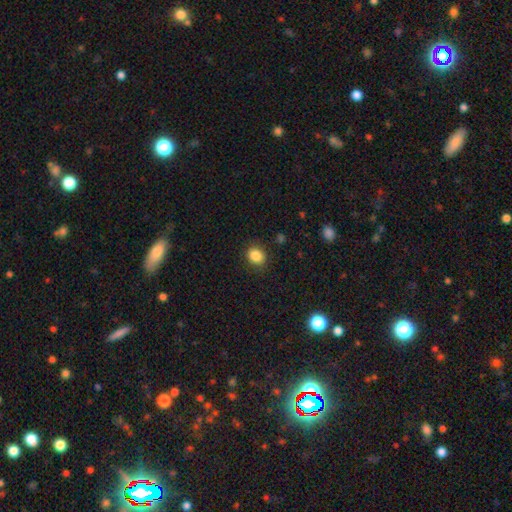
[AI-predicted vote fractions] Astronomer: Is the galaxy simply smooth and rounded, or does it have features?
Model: smooth — 86%.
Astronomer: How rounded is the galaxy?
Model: round — 65%.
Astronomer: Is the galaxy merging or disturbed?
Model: none — 87%.